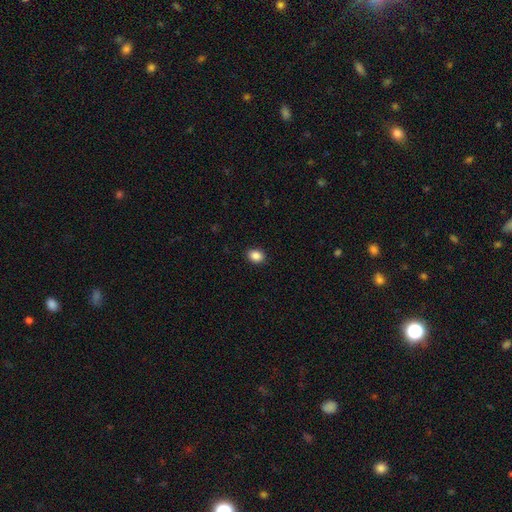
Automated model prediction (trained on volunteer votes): Overall: smooth (88%). How rounded: in between (60%; round 39%). Merging: none (91%).